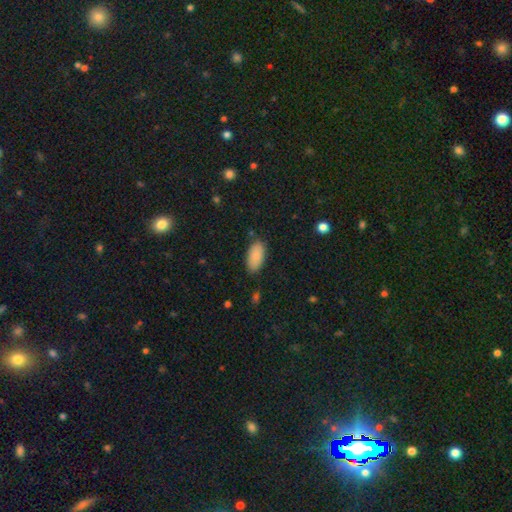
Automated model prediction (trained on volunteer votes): Smooth or featured? Predicted: smooth (p=0.88). How rounded? Predicted: in between (p=0.93). Merging? Predicted: none (p=0.85).